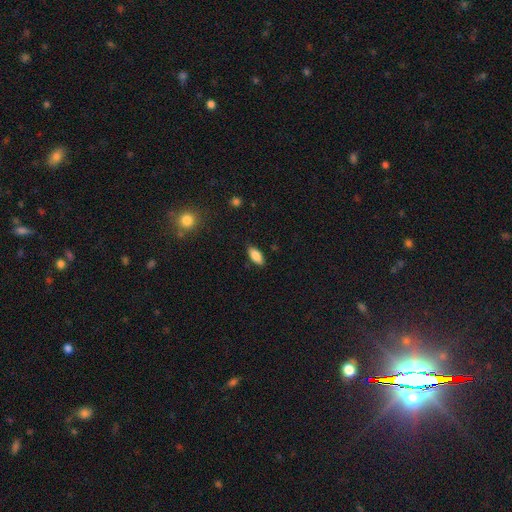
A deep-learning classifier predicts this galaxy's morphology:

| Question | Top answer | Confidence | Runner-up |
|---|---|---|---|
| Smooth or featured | smooth | 86% | featured or disk (7%) |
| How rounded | in between | 87% | cigar-shaped (10%) |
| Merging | none | 86% | minor disturbance (11%) |